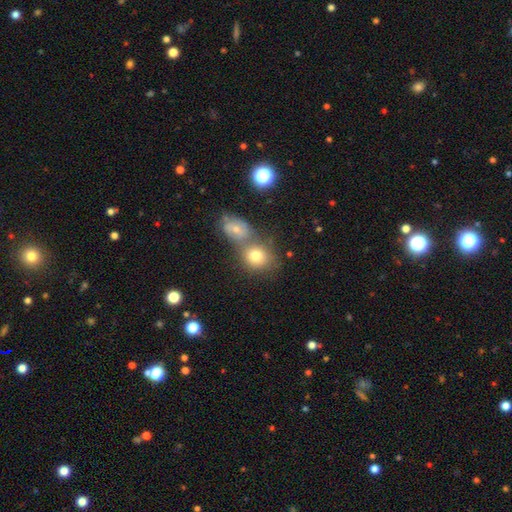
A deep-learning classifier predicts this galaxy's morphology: Smooth or featured? Predicted: smooth (p=0.74). How rounded? Predicted: round (p=0.69). Merging? Predicted: merger (p=0.44).